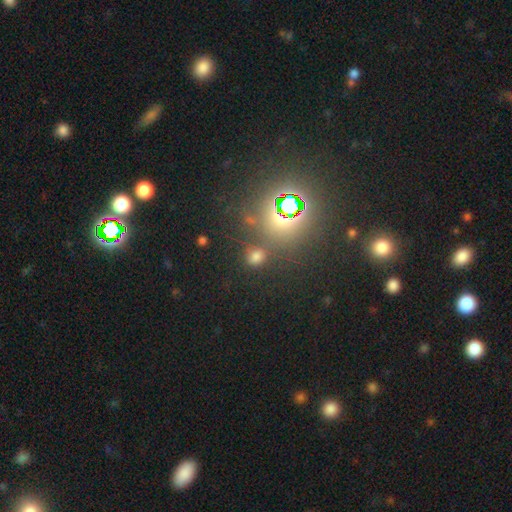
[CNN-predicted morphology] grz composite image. It shows a star or artifact, not a galaxy (48%).